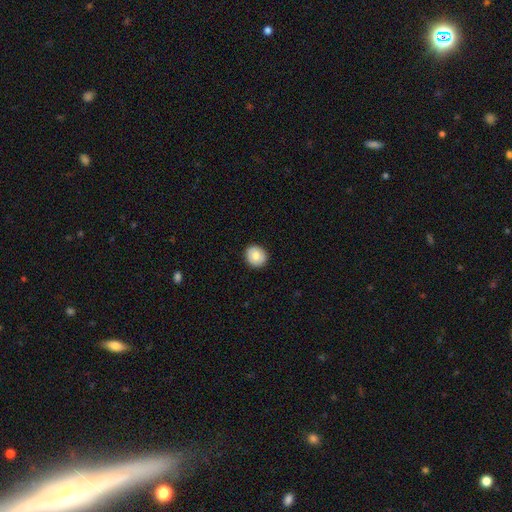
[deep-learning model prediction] Morphology: type=smooth (80%); roundness=round (85%); merging=none (91%).